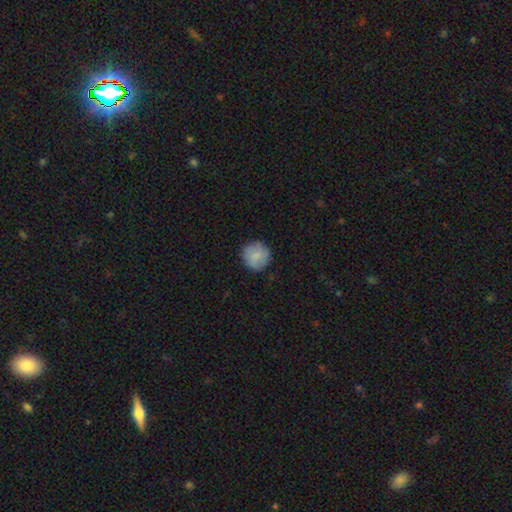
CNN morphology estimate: This appears to be a smooth galaxy with no disk features (83%) that is round (94%). Merging: none (86%).